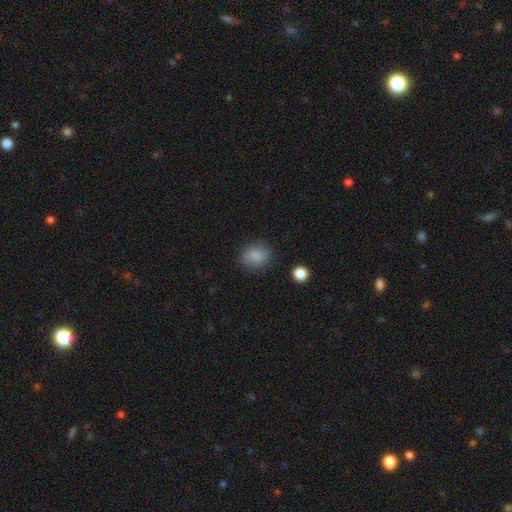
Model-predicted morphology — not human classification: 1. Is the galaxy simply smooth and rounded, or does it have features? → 85% smooth, 10% star or artifact, 5% featured or disk.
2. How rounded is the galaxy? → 50% in between, 48% round, 1% cigar-shaped.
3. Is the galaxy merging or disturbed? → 83% none, 12% minor disturbance, 4% major disturbance, 2% merger.